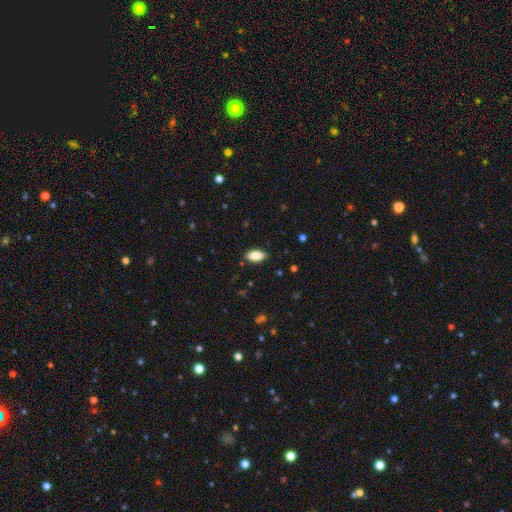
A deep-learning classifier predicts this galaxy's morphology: A smooth galaxy with no disk features (86%) that is in between round and cigar-shaped (89%).

Vote fractions:
- Smooth or featured? smooth: 86% / star or artifact: 7% / featured or disk: 7%
- How rounded? in between: 89% / cigar-shaped: 9% / round: 2%
- Merging? none: 87% / minor disturbance: 10% / major disturbance: 2% / merger: 1%